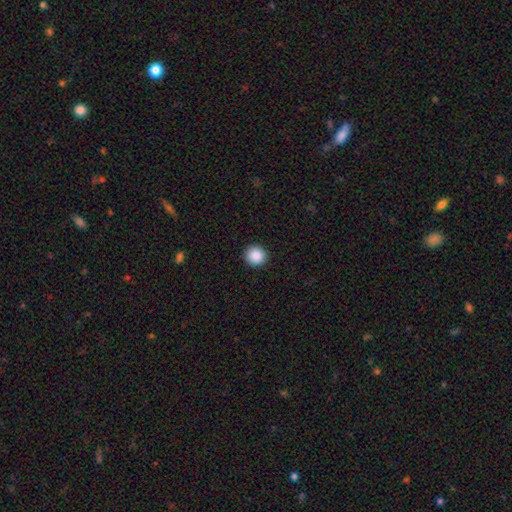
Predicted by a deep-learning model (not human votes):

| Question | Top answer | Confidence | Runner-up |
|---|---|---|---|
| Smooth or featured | smooth | 87% | star or artifact (9%) |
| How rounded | round | 94% | in between (5%) |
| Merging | none | 93% | minor disturbance (4%) |